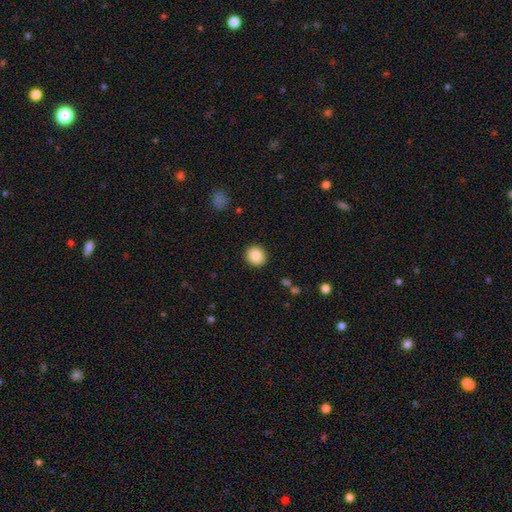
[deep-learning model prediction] This appears to be a smooth galaxy with no disk features (88%) that is round (87%). Merging: none (91%).